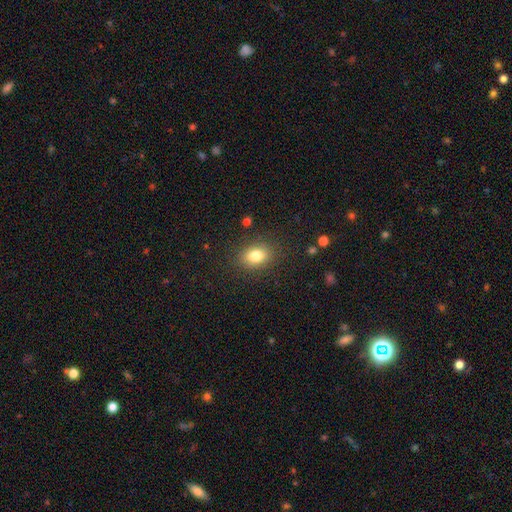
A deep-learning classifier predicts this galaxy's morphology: smooth-or-featured: smooth: 82% | star or artifact: 10% | featured or disk: 9%
  how-rounded: in between: 73% | round: 26% | cigar-shaped: 1%
  merging: none: 85% | minor disturbance: 10% | major disturbance: 3% | merger: 1%